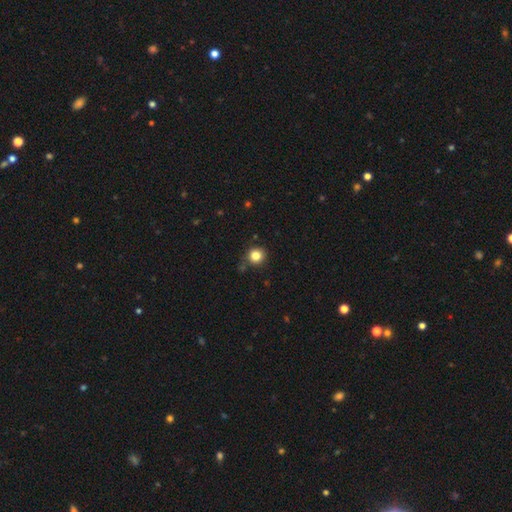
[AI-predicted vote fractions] This appears to be a smooth galaxy with no disk features (83%) that is round (93%). Merging: none (85%).